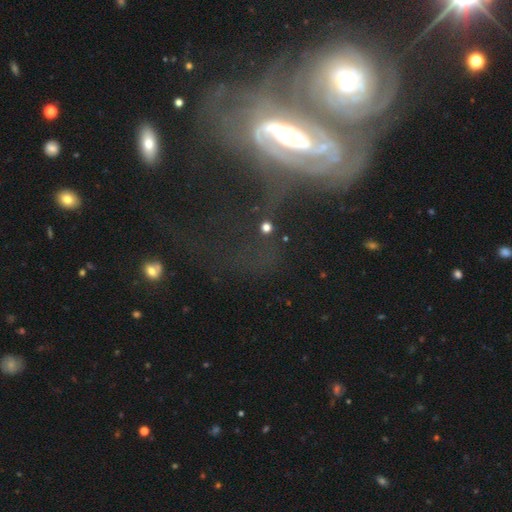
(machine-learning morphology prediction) A featured or disk galaxy (70%) with no bar (49%), spiral arms (64%) and a moderate central bulge (54%).

Vote fractions:
- Smooth or featured? featured or disk: 70% / smooth: 17% / star or artifact: 12%
- Edge-on disk? no: 79% / yes: 21%
- Bar? no: 49% / strong: 26% / weak: 25%
- Spiral arms? yes: 64% / no: 36%
- Bulge size? moderate: 54% / small: 27% / large: 11% / none: 4% / dominant: 3%
- Merging? merger: 38% / none: 27% / major disturbance: 23% / minor disturbance: 12%